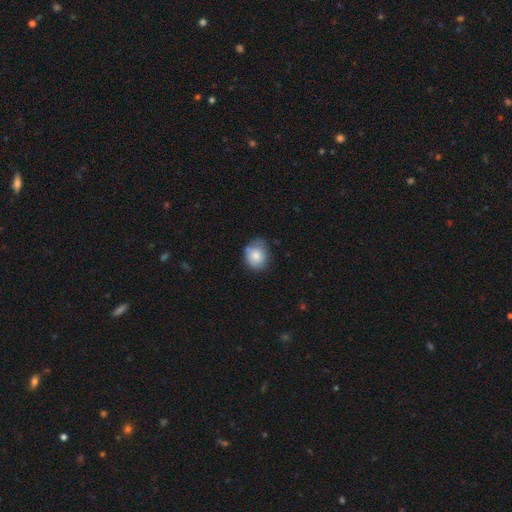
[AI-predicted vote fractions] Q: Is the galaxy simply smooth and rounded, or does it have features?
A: smooth — 80%.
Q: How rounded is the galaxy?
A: round — 66%.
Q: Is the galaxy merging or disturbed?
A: none — 62%.